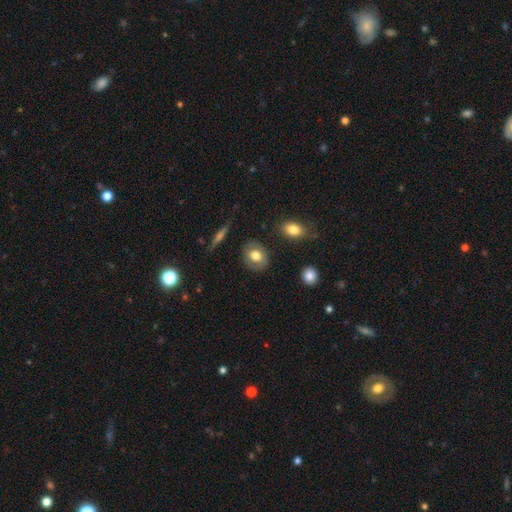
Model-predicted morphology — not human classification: Overall: smooth (68%). How rounded: round (52%; in between 47%). Merging: none (84%).